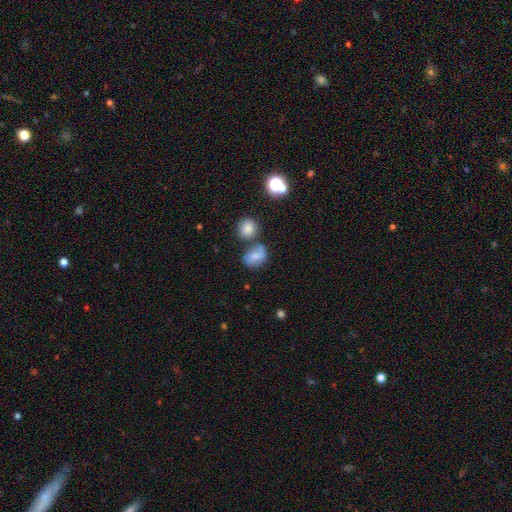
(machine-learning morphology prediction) This appears to be a smooth galaxy with no disk features (57%) that is in between round and cigar-shaped (57%). Merging: none (45%).